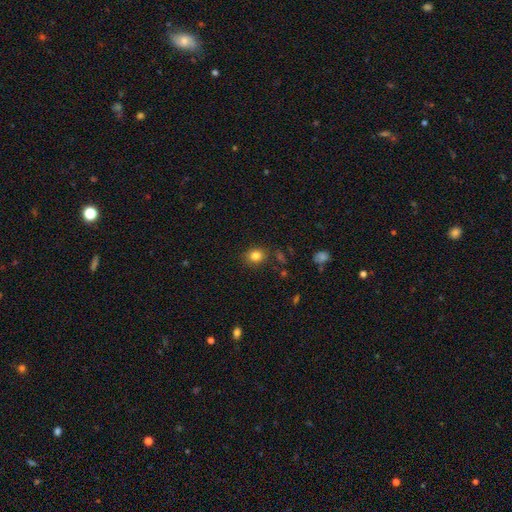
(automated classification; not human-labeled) A smooth galaxy with no disk features (83%) that is round (66%). Merging: none (84%).